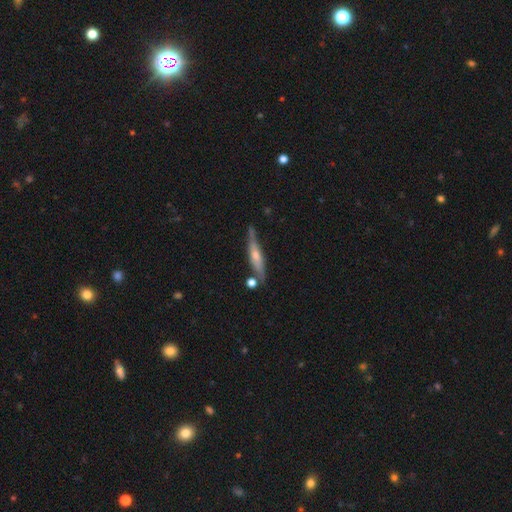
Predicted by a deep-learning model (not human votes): smooth_or_featured: featured or disk (p=0.63) [alt: smooth p=0.31]
disk_edge_on: yes (p=0.90) [alt: no p=0.10]
edge_on_bulge: rounded (p=0.70) [alt: none p=0.15]
merging: none (p=0.69) [alt: minor disturbance p=0.18]